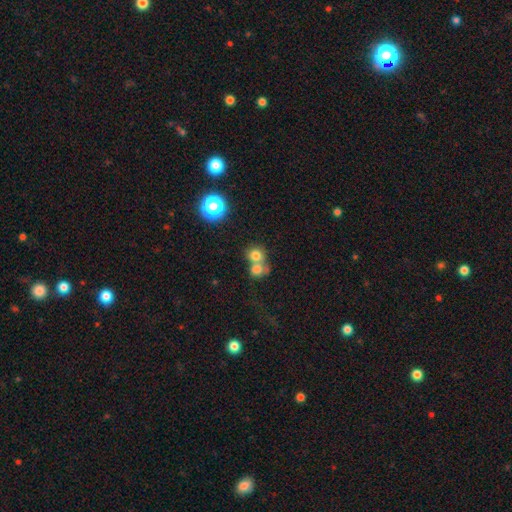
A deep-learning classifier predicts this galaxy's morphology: Smooth or featured? smooth (76%)
How rounded? round (80%)
Merging? merger (55%)